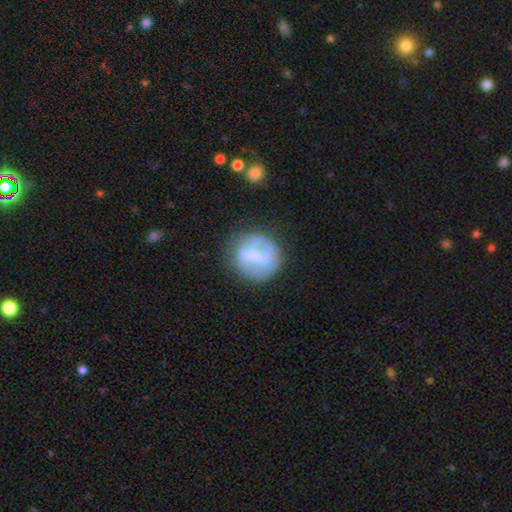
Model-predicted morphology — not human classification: featured or disk 50%, smooth 42%, star or artifact 8%. Down the decision tree: edge-on disk — no (96%); merging — none (67%).